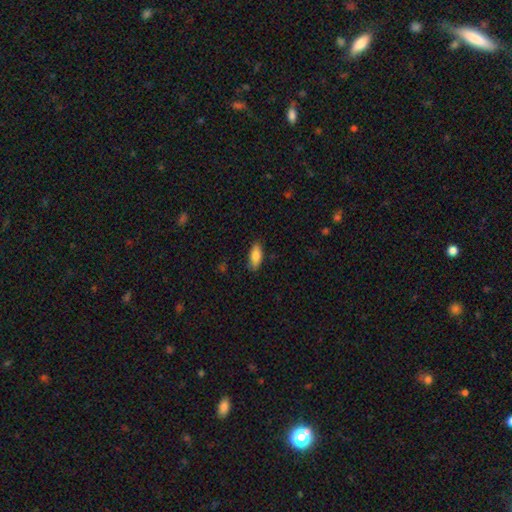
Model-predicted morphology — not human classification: Smooth or featured?
  - smooth: 81% *
  - featured or disk: 13%
  - star or artifact: 7%
How rounded?
  - in between: 79% *
  - cigar-shaped: 18%
  - round: 2%
Merging?
  - none: 83% *
  - minor disturbance: 13%
  - major disturbance: 2%
  - merger: 1%